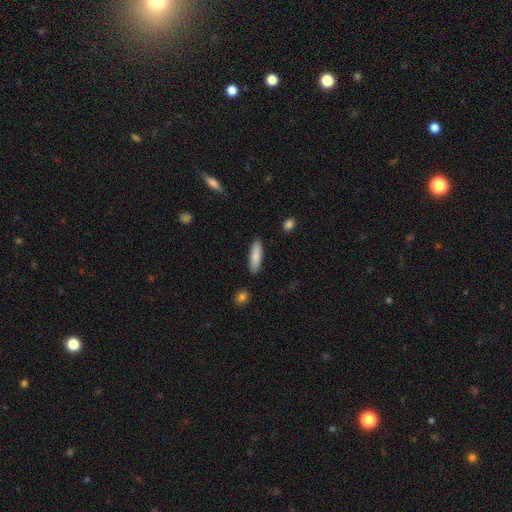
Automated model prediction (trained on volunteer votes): smooth_or_featured: smooth (p=0.86) [alt: featured or disk p=0.08]
how_rounded: cigar-shaped (p=0.58) [alt: in between p=0.40]
merging: none (p=0.89) [alt: minor disturbance p=0.08]